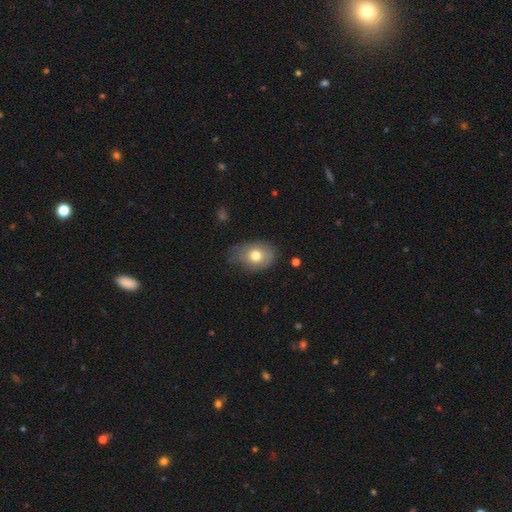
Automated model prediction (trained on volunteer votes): Smooth or featured: smooth — 71% (featured or disk — 21%)
How rounded: in between — 71% (round — 28%)
Merging: none — 56% (minor disturbance — 32%)